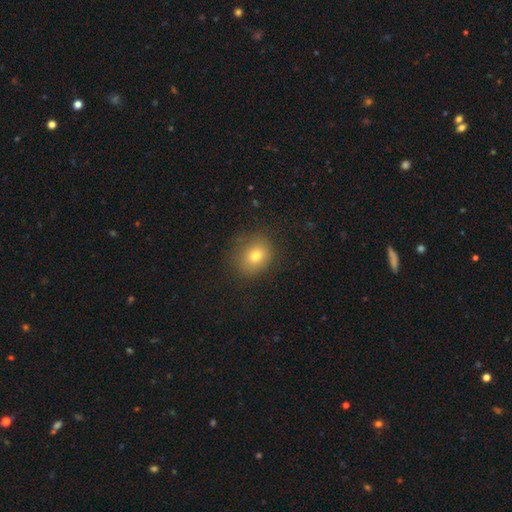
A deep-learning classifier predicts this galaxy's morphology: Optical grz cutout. It shows a smooth galaxy with no disk features (75%) that is round (63%). Merging: none (81%).